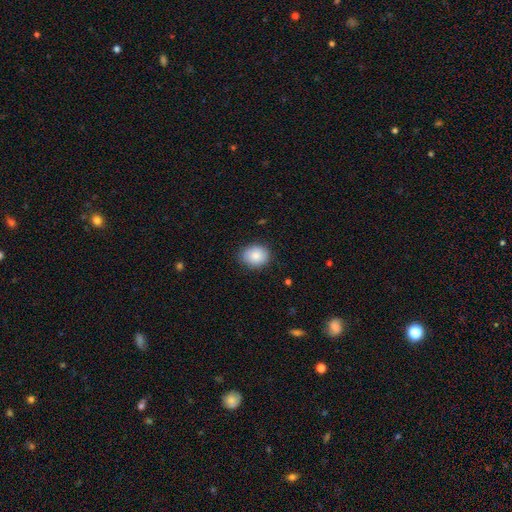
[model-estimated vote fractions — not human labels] smooth_or_featured: smooth (p=0.85) [alt: featured or disk p=0.08]
how_rounded: round (p=0.55) [alt: in between p=0.44]
merging: none (p=0.84) [alt: minor disturbance p=0.13]